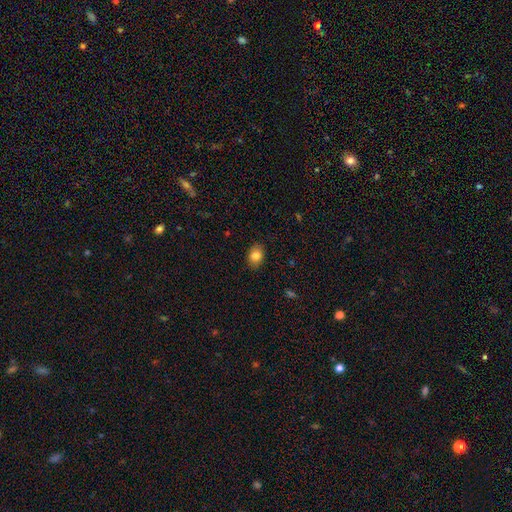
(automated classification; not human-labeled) Smooth or featured?
  - smooth: 83% *
  - star or artifact: 9%
  - featured or disk: 8%
How rounded?
  - in between: 75% *
  - round: 24%
  - cigar-shaped: 1%
Merging?
  - none: 86% *
  - minor disturbance: 10%
  - major disturbance: 2%
  - merger: 1%